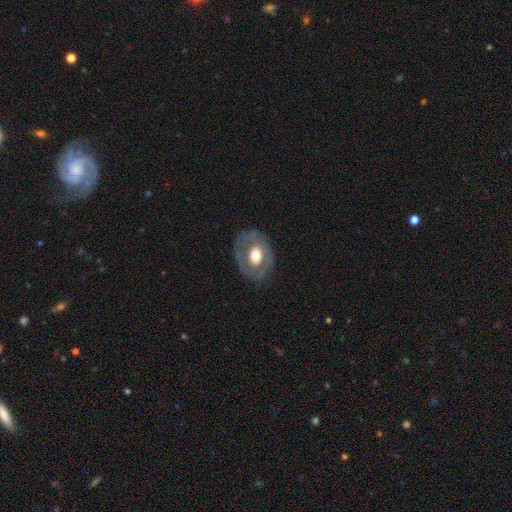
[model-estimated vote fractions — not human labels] Smooth or featured?
  - featured or disk: 49% *
  - smooth: 44%
  - star or artifact: 7%
Merging?
  - none: 74% *
  - minor disturbance: 17%
  - major disturbance: 8%
  - merger: 1%